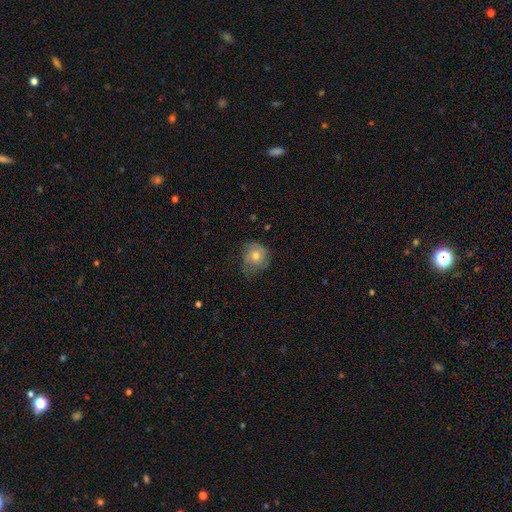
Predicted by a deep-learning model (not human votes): Overall: smooth (47%; featured or disk 44%). Merging: none (59%; minor disturbance 28%).